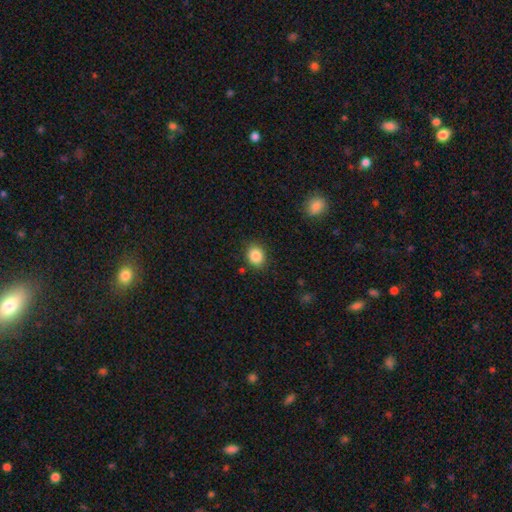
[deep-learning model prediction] Smooth or featured? smooth (87%)
How rounded? round (55%)
Merging? none (85%)